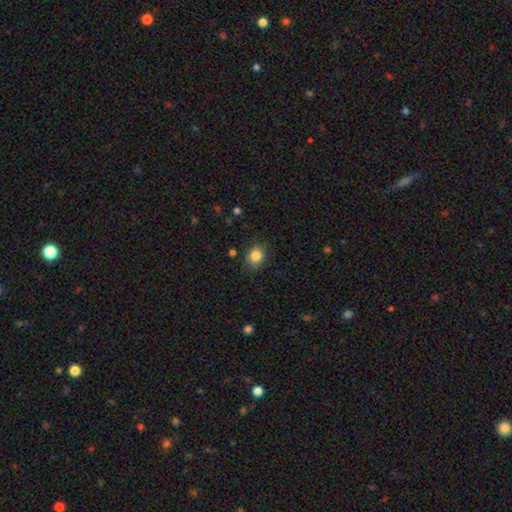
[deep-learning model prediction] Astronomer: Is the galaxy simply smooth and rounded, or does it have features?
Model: smooth — 85%.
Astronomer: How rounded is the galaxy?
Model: round — 53% (runner-up: in between, 46%).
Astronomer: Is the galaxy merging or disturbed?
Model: none — 82%.